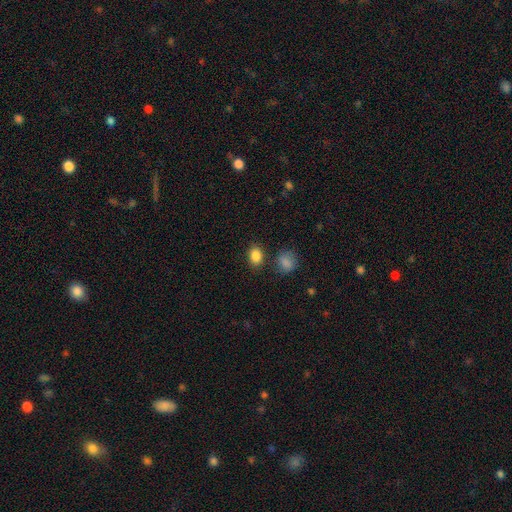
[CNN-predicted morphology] Smooth or featured? Predicted: smooth (p=0.86). How rounded? Predicted: in between (p=0.68). Merging? Predicted: none (p=0.79).